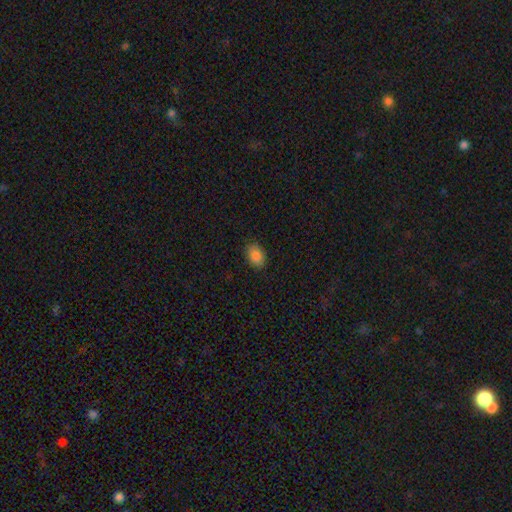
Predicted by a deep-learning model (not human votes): Smooth or featured: smooth — 87% (star or artifact — 8%)
How rounded: in between — 82% (round — 17%)
Merging: none — 87% (minor disturbance — 9%)